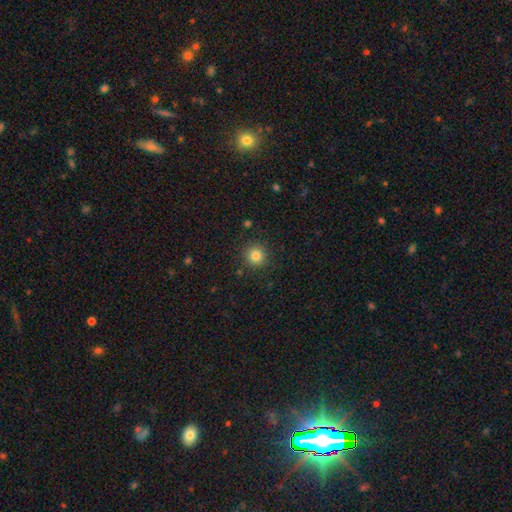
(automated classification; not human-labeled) smooth-or-featured: smooth: 83% | star or artifact: 12% | featured or disk: 5%
  how-rounded: round: 93% | in between: 6% | cigar-shaped: 1%
  merging: none: 89% | minor disturbance: 7% | major disturbance: 2% | merger: 1%